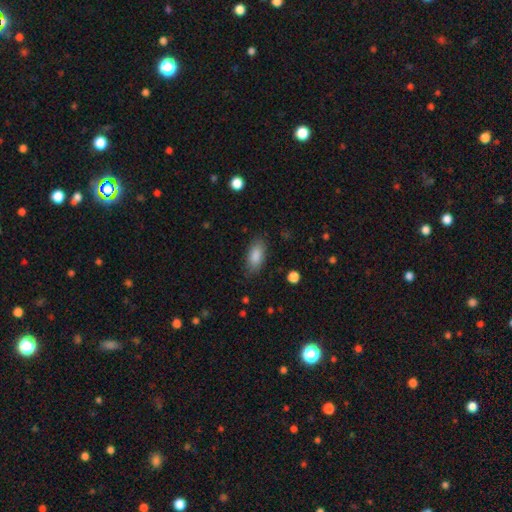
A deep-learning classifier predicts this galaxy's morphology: Overall: smooth (87%). How rounded: in between (90%). Merging: none (81%).